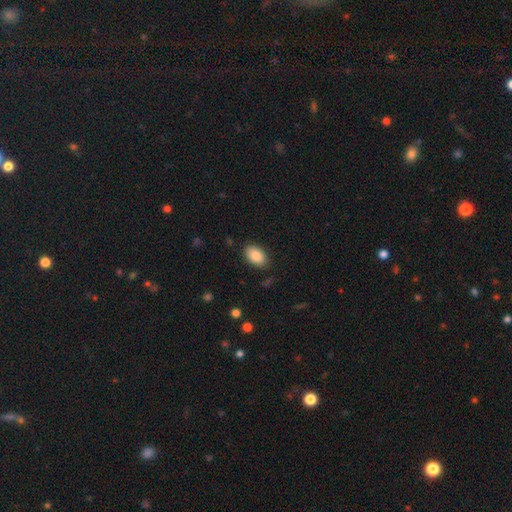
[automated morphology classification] Smooth or featured? Predicted: smooth (p=0.87). How rounded? Predicted: in between (p=0.91). Merging? Predicted: none (p=0.86).